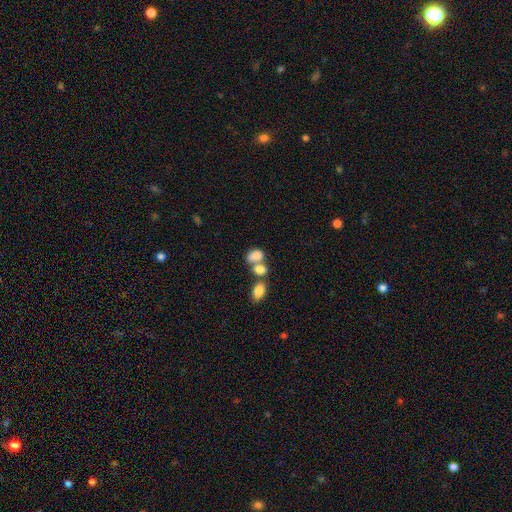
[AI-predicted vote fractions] The model was most divided on "merging": merger: 57%, none: 27%, minor disturbance: 10%, major disturbance: 6%. More confident: how rounded — in between (84%); smooth or featured — smooth (80%).